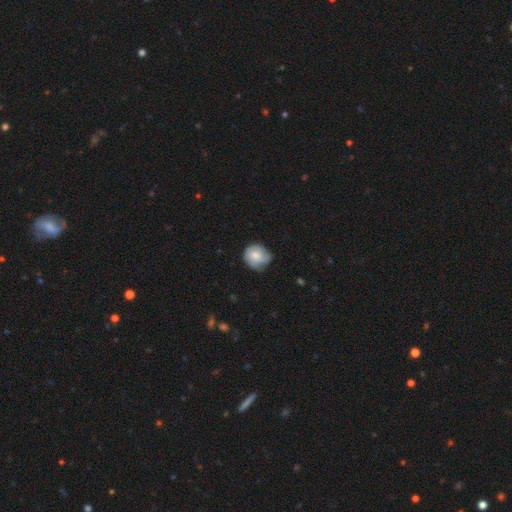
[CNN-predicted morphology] The model was most divided on "merging": none: 55%, minor disturbance: 33%, major disturbance: 10%, merger: 2%. More confident: how rounded — round (77%); smooth or featured — smooth (61%).